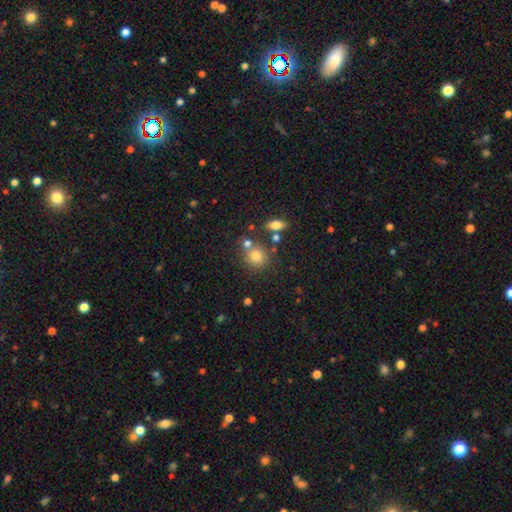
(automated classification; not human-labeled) Smooth or featured?
  - smooth: 77% *
  - star or artifact: 13%
  - featured or disk: 10%
How rounded?
  - round: 81% *
  - in between: 18%
  - cigar-shaped: 1%
Merging?
  - none: 66% *
  - merger: 19%
  - minor disturbance: 11%
  - major disturbance: 4%